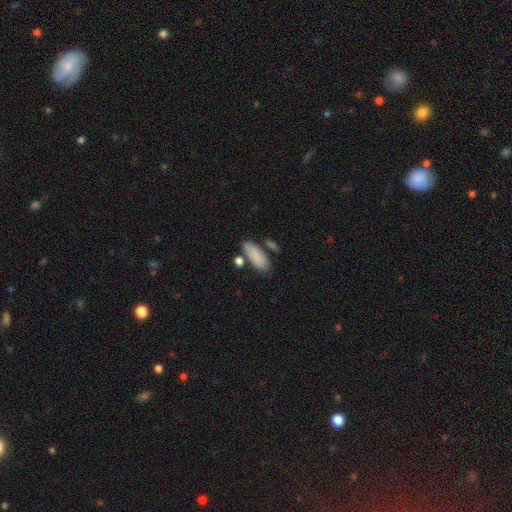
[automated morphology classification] Smooth or featured?
  - smooth: 86% *
  - featured or disk: 8%
  - star or artifact: 6%
How rounded?
  - in between: 80% *
  - cigar-shaped: 18%
  - round: 3%
Merging?
  - none: 69% *
  - minor disturbance: 14%
  - merger: 13%
  - major disturbance: 4%